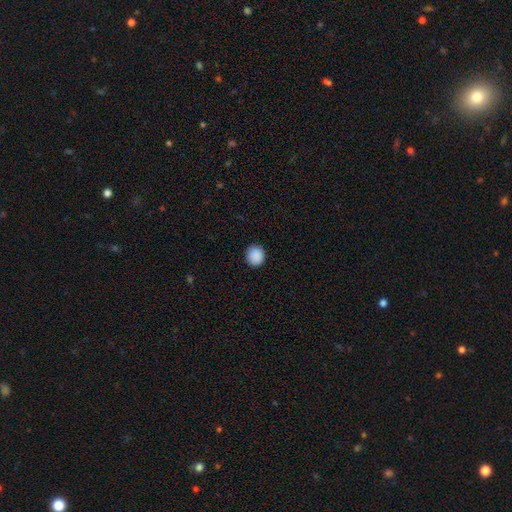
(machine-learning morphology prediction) Smooth or featured? Predicted: smooth (p=0.90). How rounded? Predicted: round (p=0.88). Merging? Predicted: none (p=0.91).